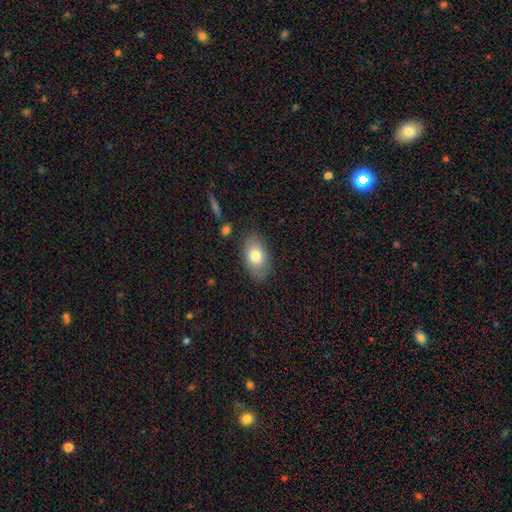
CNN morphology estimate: Smooth or featured?
  - smooth: 77% *
  - featured or disk: 16%
  - star or artifact: 7%
How rounded?
  - in between: 90% *
  - round: 8%
  - cigar-shaped: 2%
Merging?
  - none: 82% *
  - minor disturbance: 13%
  - major disturbance: 3%
  - merger: 2%